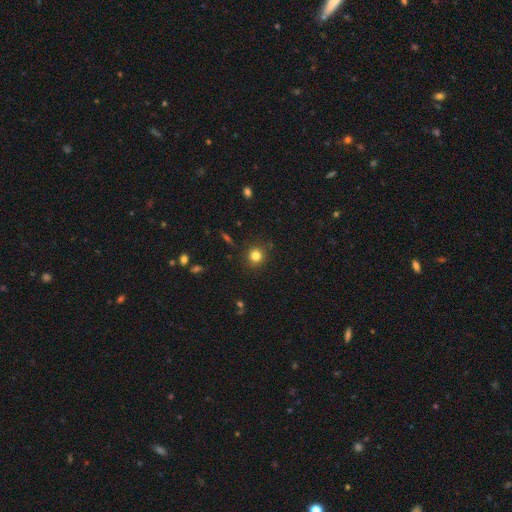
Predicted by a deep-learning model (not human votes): A smooth galaxy with no disk features (81%) that is round (90%). Merging: none (89%).